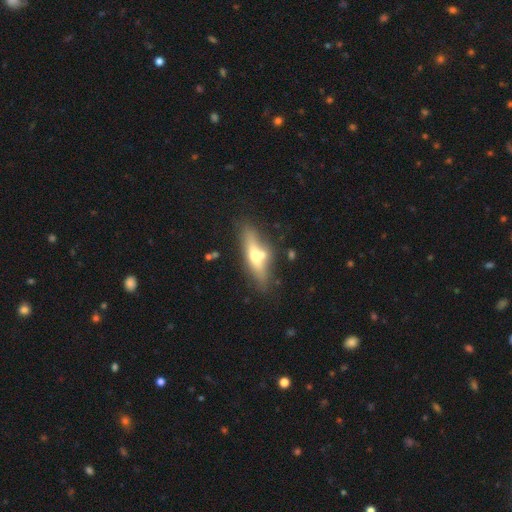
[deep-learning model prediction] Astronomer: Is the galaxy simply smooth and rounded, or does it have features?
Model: featured or disk — 56% (runner-up: smooth, 37%).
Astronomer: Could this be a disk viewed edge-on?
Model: yes — 84%.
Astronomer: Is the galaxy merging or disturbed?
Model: none — 66%.